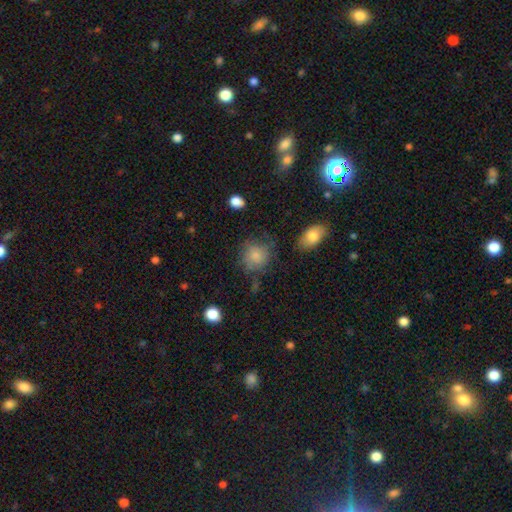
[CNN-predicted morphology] Overall: smooth (81%). How rounded: round (81%). Merging: none (63%).